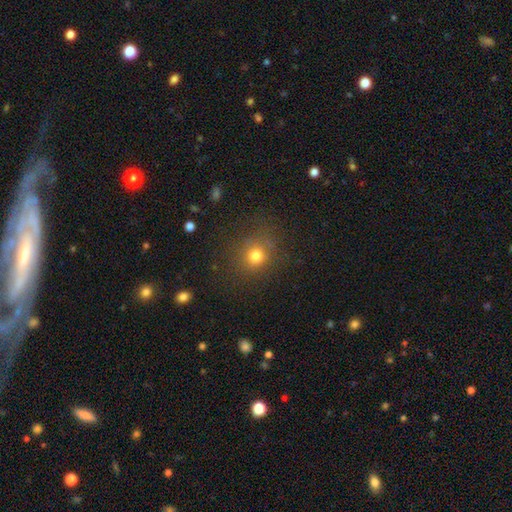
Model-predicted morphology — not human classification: This is likely a smooth galaxy (76%). How rounded: clearly round (82%). Merging: clearly none (81%).